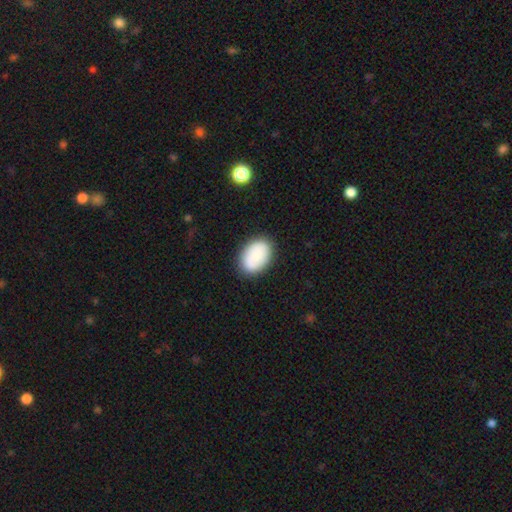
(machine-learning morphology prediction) Q: Smooth or featured?
A: smooth (79%); runner-up: featured or disk (14%)
Q: How rounded?
A: in between (83%); runner-up: round (16%)
Q: Merging?
A: none (84%); runner-up: minor disturbance (11%)